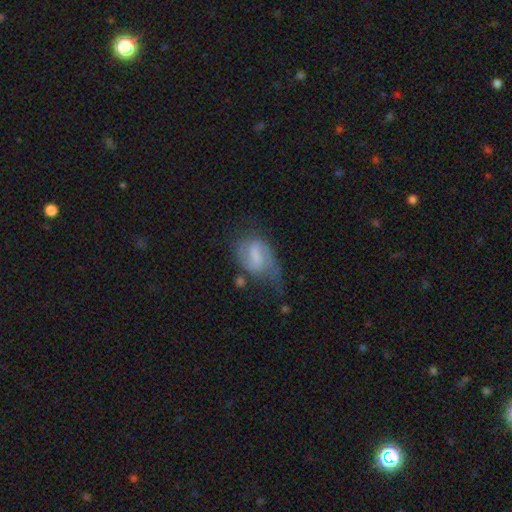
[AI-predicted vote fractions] smooth_or_featured: featured or disk (p=0.57) [alt: smooth p=0.34]
disk_edge_on: no (p=0.96) [alt: yes p=0.04]
bar: weak (p=0.51) [alt: strong p=0.27]
has_spiral_arms: yes (p=0.79) [alt: no p=0.21]
bulge_size: none (p=0.33) [alt: small p=0.32]
merging: none (p=0.36) [alt: minor disturbance p=0.31]